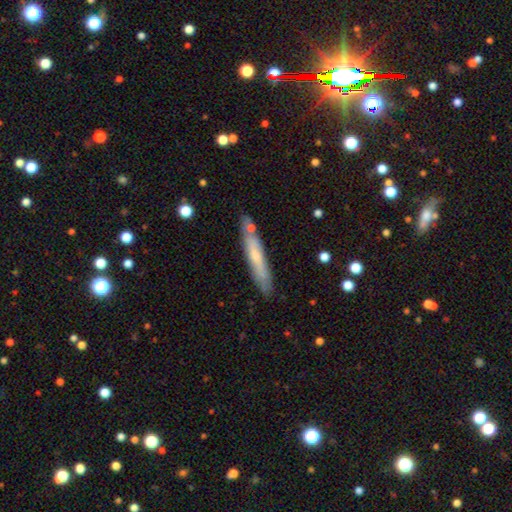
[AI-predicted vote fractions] This appears to be a smooth galaxy with no disk features (53%) that is cigar-shaped (92%). Merging: none (76%).